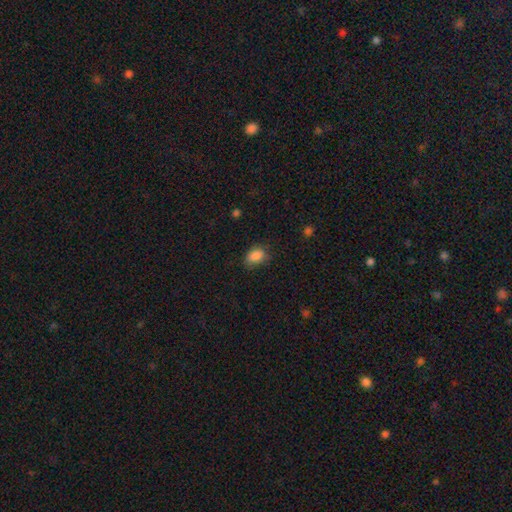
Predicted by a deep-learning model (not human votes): Q: Smooth or featured?
A: smooth (86%); runner-up: star or artifact (9%)
Q: How rounded?
A: in between (82%); runner-up: round (17%)
Q: Merging?
A: none (68%); runner-up: minor disturbance (24%)